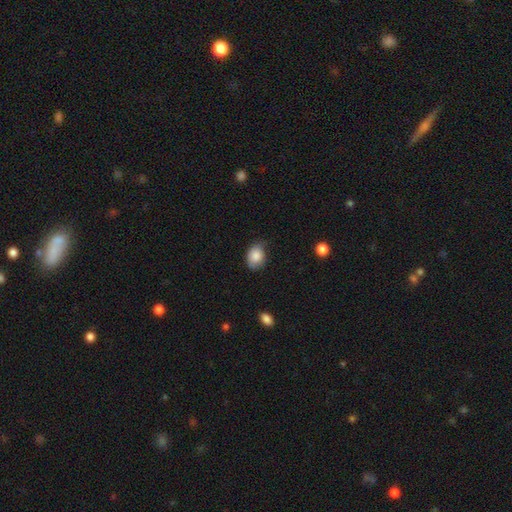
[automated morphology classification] Overall: smooth (84%). How rounded: in between (59%; round 40%). Merging: none (53%; minor disturbance 38%).